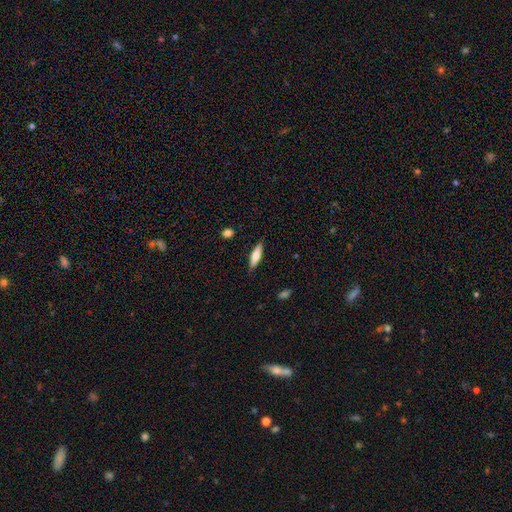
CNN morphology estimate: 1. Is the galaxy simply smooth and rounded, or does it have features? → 58% smooth, 36% featured or disk, 6% star or artifact.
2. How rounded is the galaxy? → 64% cigar-shaped, 34% in between, 2% round.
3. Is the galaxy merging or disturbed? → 86% none, 11% minor disturbance, 2% major disturbance, 1% merger.